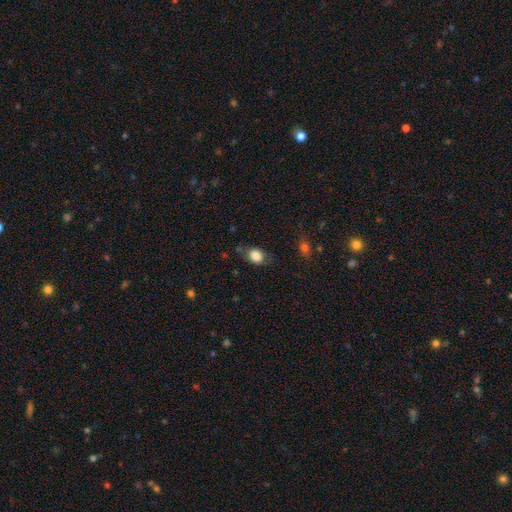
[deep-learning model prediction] Morphology: type=smooth (85%); roundness=in between (66%); merging=none (67%).